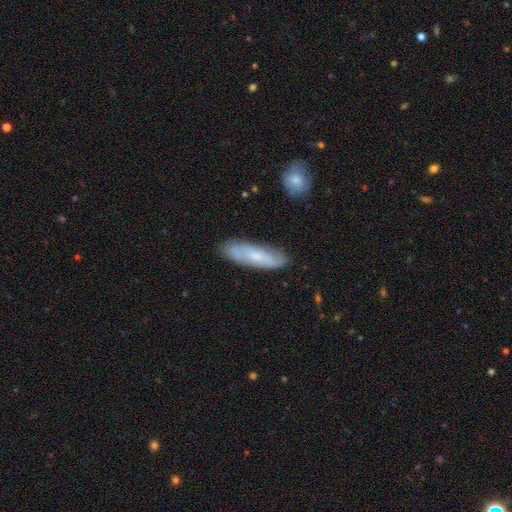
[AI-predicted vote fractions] Smooth or featured: featured or disk — 48% (smooth — 45%)
Merging: none — 83% (minor disturbance — 13%)